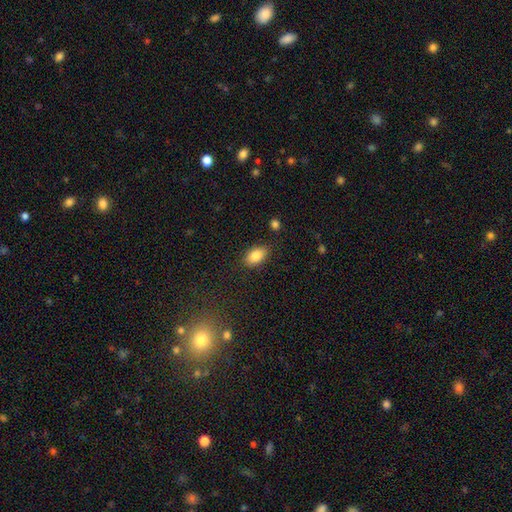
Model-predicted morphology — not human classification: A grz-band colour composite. It shows a smooth galaxy with no disk features (83%) that is in between round and cigar-shaped (90%). Merging: none (83%).